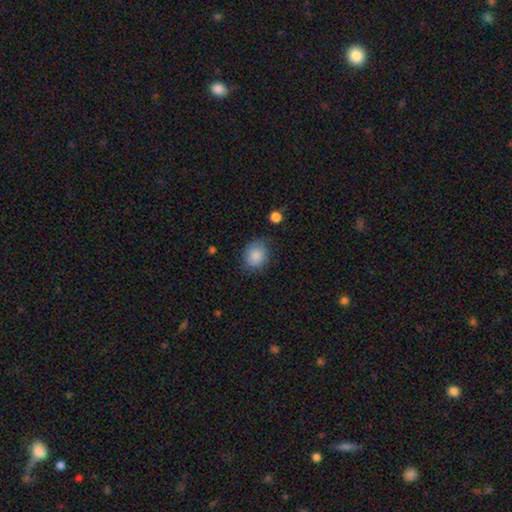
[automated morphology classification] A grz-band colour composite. It shows a smooth galaxy with no disk features (85%) that is round (63%). Merging: none (73%).